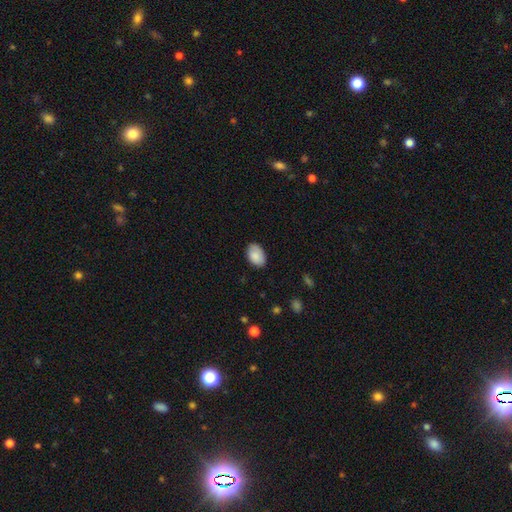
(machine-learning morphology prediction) Smooth or featured?
  - smooth: 87% *
  - star or artifact: 6%
  - featured or disk: 6%
How rounded?
  - in between: 88% *
  - round: 11%
  - cigar-shaped: 1%
Merging?
  - none: 81% *
  - minor disturbance: 16%
  - major disturbance: 3%
  - merger: 1%